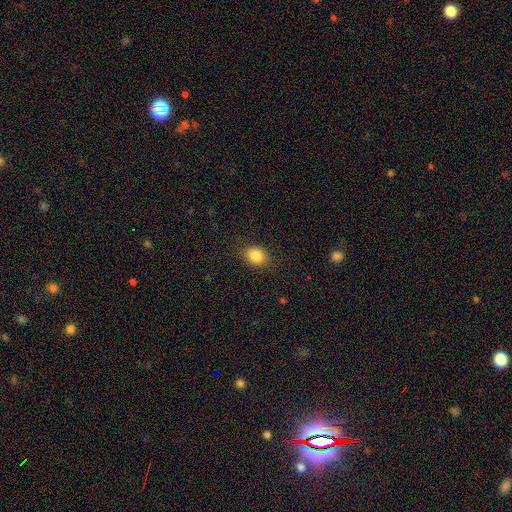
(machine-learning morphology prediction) Smooth or featured? Predicted: smooth (p=0.86). How rounded? Predicted: in between (p=0.58). Merging? Predicted: none (p=0.86).